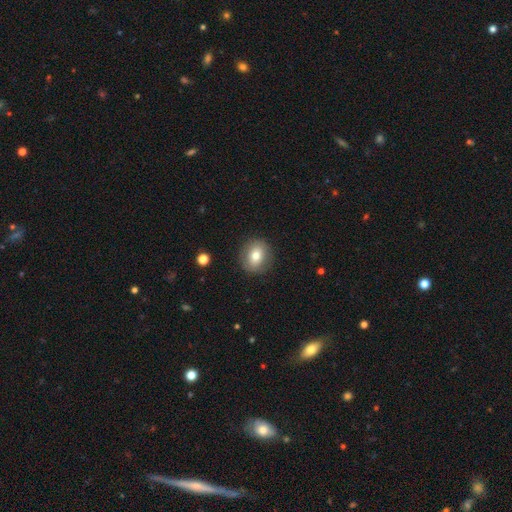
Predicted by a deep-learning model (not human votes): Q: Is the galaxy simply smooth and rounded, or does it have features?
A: smooth — 74%.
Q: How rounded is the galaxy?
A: round — 72%.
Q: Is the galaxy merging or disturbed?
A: none — 87%.